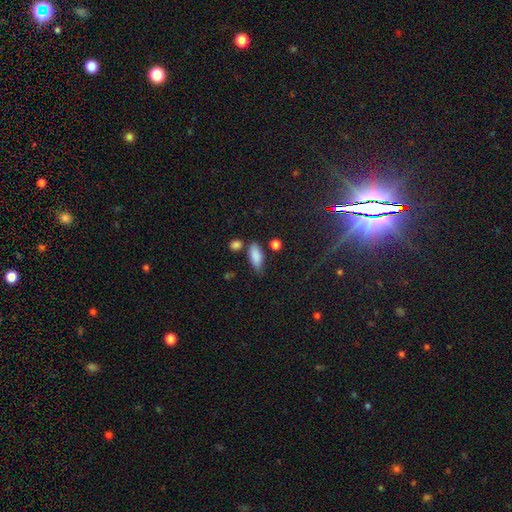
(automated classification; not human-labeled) A smooth galaxy with no disk features (85%) that is in between round and cigar-shaped (78%). Merging: none (61%).